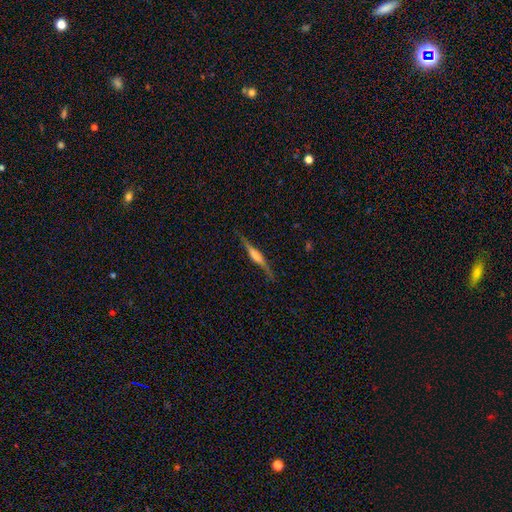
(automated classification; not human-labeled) This appears to be a featured or disk galaxy (72%) viewed edge-on (95%) with a rounded central bulge (52%). Merging: none (80%).